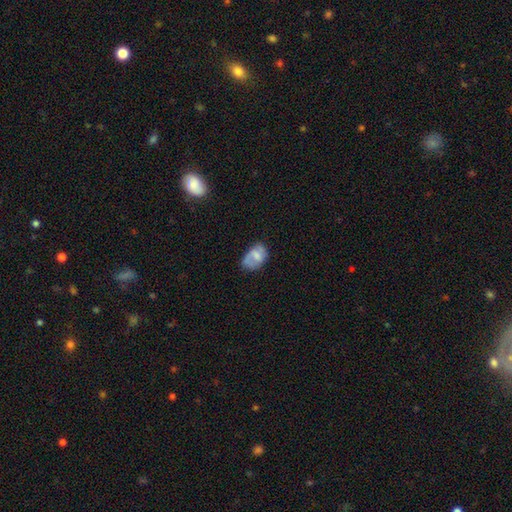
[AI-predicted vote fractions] Morphology: type=smooth (61%); roundness=in between (85%); merging=none (45%).